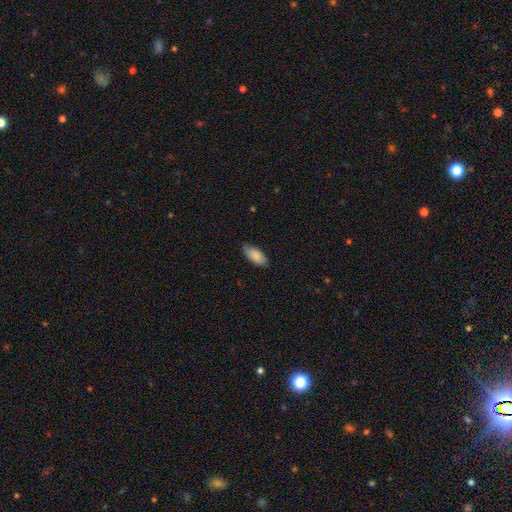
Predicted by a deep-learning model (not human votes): Smooth or featured? smooth (86%)
How rounded? in between (89%)
Merging? none (82%)